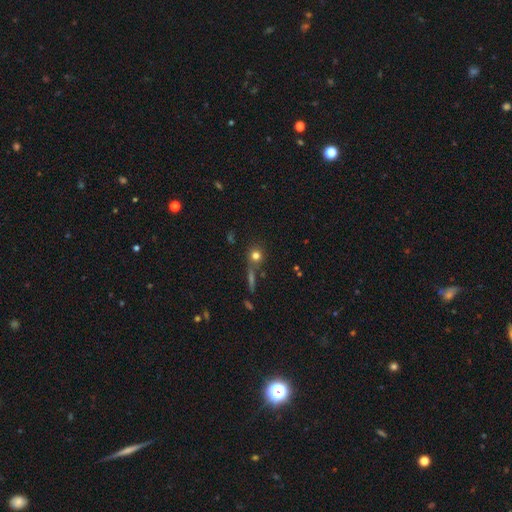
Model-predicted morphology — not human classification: This is likely a smooth galaxy (74%). How rounded: clearly round (87%). Merging: likely none (69%).